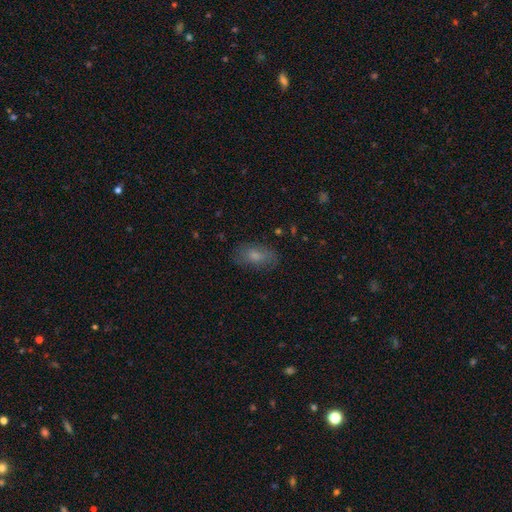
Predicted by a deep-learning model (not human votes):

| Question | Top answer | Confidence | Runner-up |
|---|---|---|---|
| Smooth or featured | smooth | 70% | featured or disk (21%) |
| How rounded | in between | 89% | round (7%) |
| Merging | none | 78% | minor disturbance (16%) |